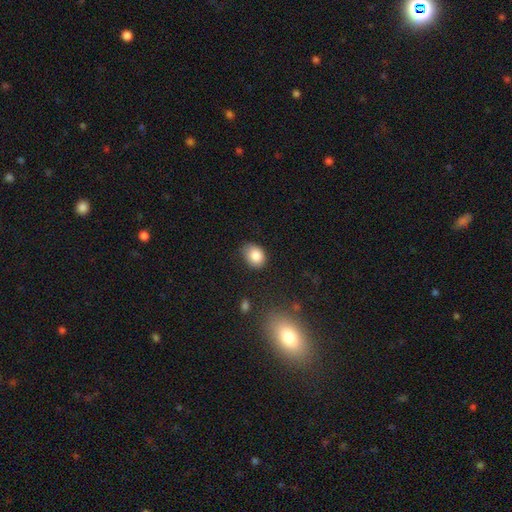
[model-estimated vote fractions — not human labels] This is clearly a smooth galaxy (85%). How rounded: likely in between (61%). Merging: likely none (67%).